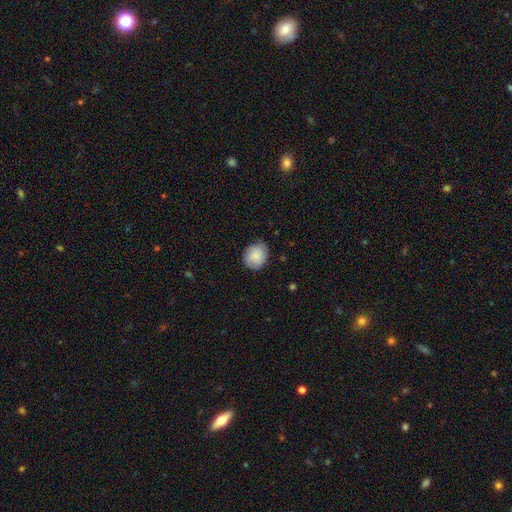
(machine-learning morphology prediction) smooth-or-featured: smooth: 75% | featured or disk: 17% | star or artifact: 7%
  how-rounded: round: 68% | in between: 31% | cigar-shaped: 1%
  merging: none: 80% | minor disturbance: 15% | major disturbance: 3% | merger: 1%